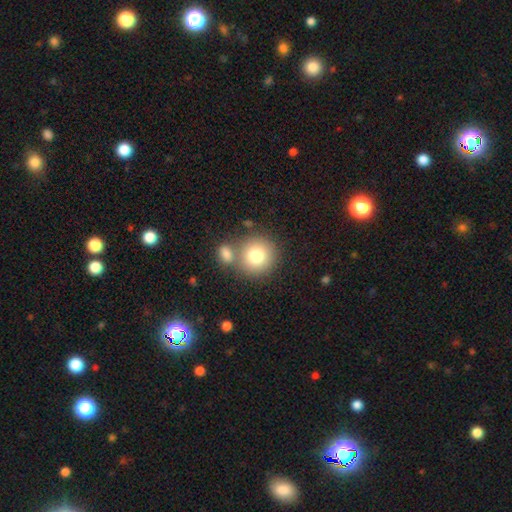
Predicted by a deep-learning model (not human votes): Overall: smooth (78%). How rounded: round (92%). Merging: none (63%; merger 25%).